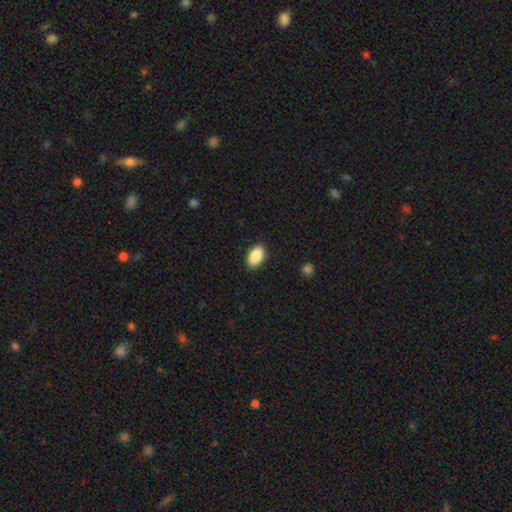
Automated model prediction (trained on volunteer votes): A smooth galaxy with no disk features (90%) that is in between round and cigar-shaped (94%). Merging: none (89%).